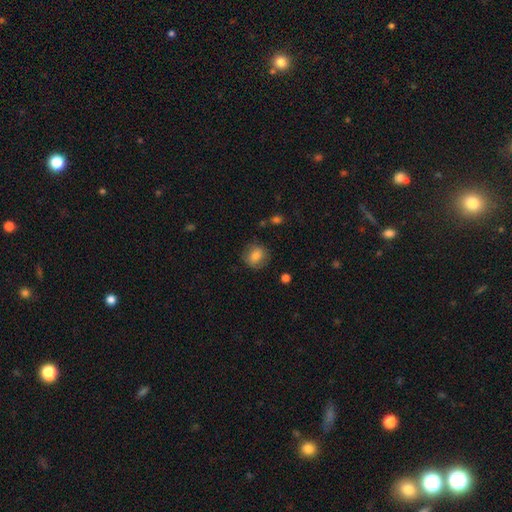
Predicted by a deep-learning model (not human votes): smooth_or_featured: smooth (p=0.78) [alt: featured or disk p=0.14]
how_rounded: round (p=0.78) [alt: in between p=0.20]
merging: none (p=0.82) [alt: minor disturbance p=0.13]